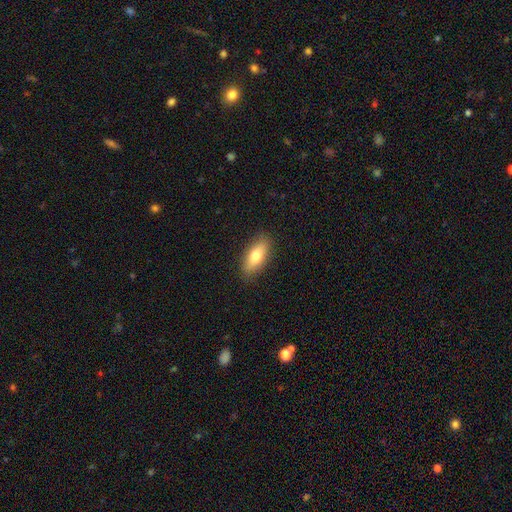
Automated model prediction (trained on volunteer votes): Smooth or featured? smooth (74%)
How rounded? in between (76%)
Merging? none (87%)